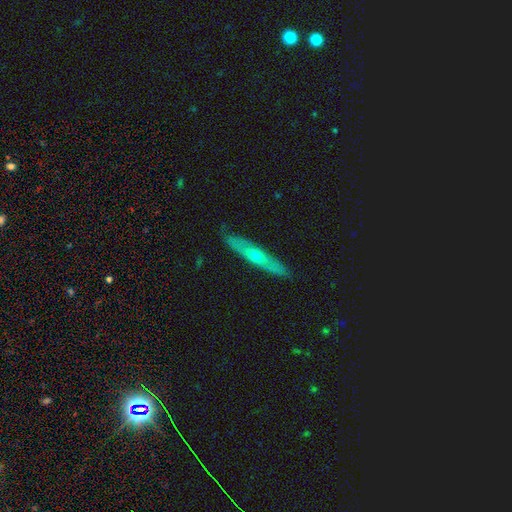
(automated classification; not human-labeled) This appears to be a featured or disk galaxy (58%) viewed edge-on (81%). Merging: none (87%).